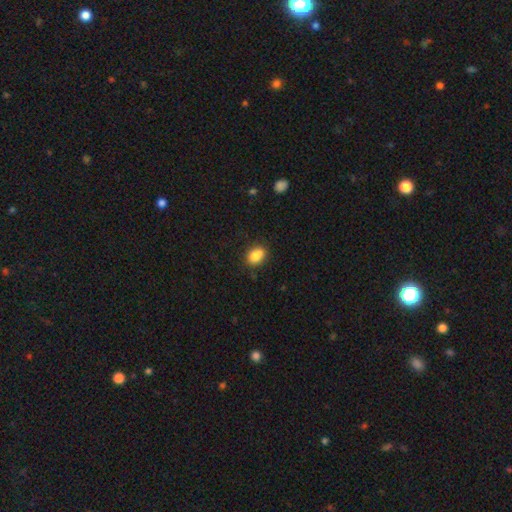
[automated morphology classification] This is clearly a smooth galaxy (83%). How rounded: likely in between (74%). Merging: likely none (71%).